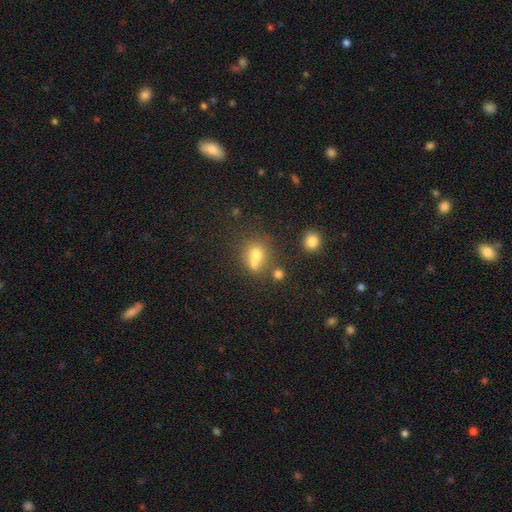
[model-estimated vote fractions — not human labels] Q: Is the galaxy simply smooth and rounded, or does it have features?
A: smooth — 66%.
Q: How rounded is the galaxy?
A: round — 68%.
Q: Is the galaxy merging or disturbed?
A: merger — 45%.